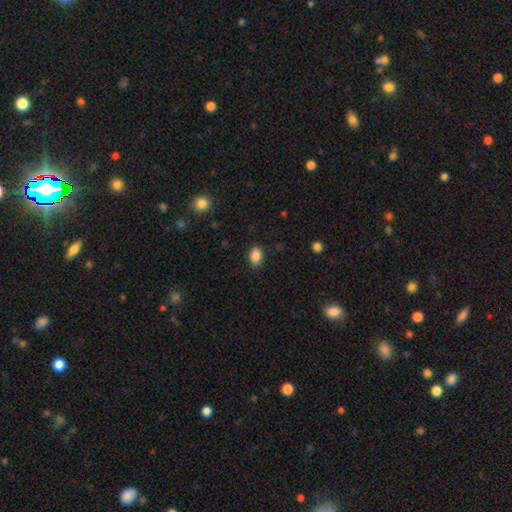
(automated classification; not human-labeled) Smooth or featured?
  - smooth: 88% *
  - star or artifact: 9%
  - featured or disk: 3%
How rounded?
  - in between: 72% *
  - round: 27%
  - cigar-shaped: 1%
Merging?
  - none: 85% *
  - minor disturbance: 11%
  - major disturbance: 3%
  - merger: 1%